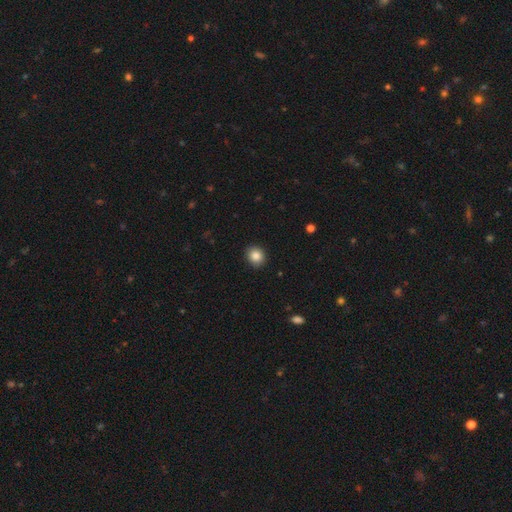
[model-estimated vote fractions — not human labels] smooth-or-featured: smooth: 86% | star or artifact: 9% | featured or disk: 5%
  how-rounded: round: 80% | in between: 20% | cigar-shaped: 1%
  merging: none: 91% | minor disturbance: 6% | major disturbance: 2% | merger: 1%